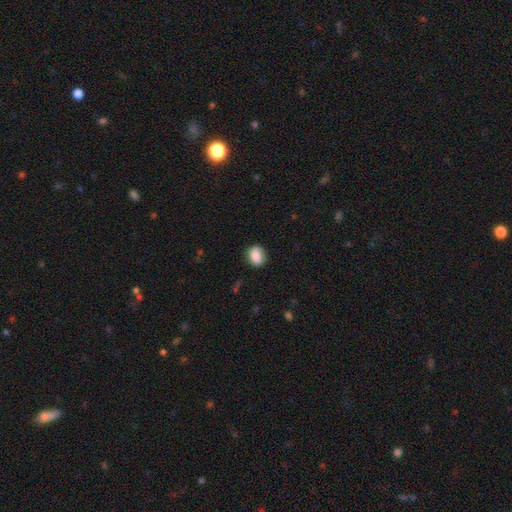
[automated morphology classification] smooth_or_featured: smooth (p=0.82) [alt: featured or disk p=0.10]
how_rounded: round (p=0.55) [alt: in between p=0.44]
merging: none (p=0.83) [alt: minor disturbance p=0.12]